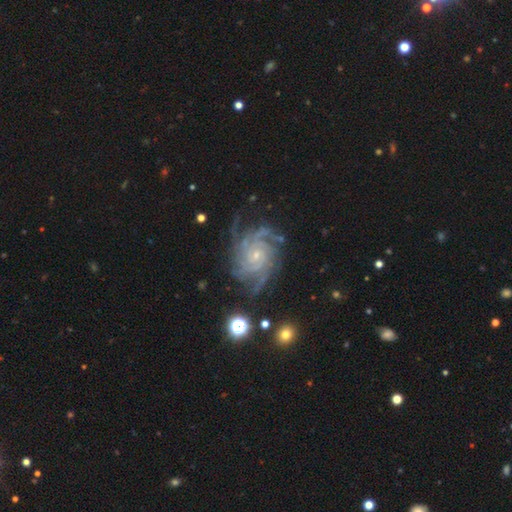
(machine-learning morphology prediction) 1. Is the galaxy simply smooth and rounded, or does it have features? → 90% featured or disk, 6% star or artifact, 4% smooth.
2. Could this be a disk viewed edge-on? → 98% no, 2% yes.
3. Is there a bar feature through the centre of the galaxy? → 70% no, 23% weak, 7% strong.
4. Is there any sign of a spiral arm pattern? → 98% yes, 2% no.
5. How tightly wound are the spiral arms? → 70% tight, 26% medium, 4% loose.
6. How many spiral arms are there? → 33% 4, 19% more than 4, 16% 3, 16% can't tell, 9% 2, 7% 1.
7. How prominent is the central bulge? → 78% small, 17% moderate, 3% none, 1% large, 1% dominant.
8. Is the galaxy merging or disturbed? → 71% none, 18% minor disturbance, 9% major disturbance, 2% merger.